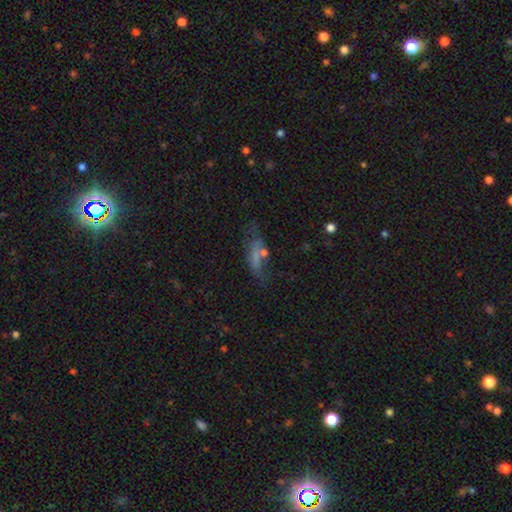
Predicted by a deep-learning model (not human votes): This is possibly a smooth galaxy (50%). How rounded: possibly in between (49%). Merging: possibly none (51%).